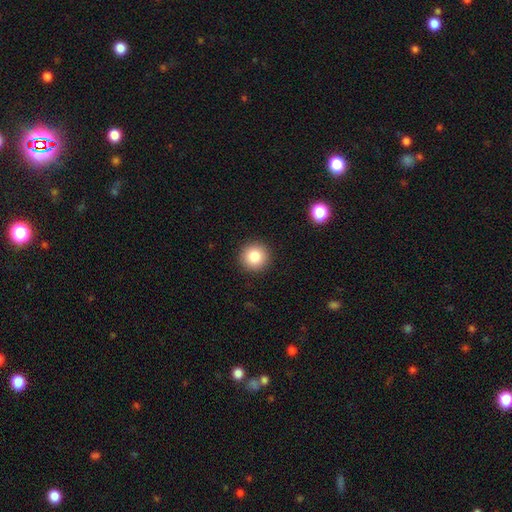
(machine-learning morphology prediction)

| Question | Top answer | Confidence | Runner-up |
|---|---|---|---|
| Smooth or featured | smooth | 85% | star or artifact (9%) |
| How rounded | round | 95% | in between (4%) |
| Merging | none | 92% | minor disturbance (5%) |